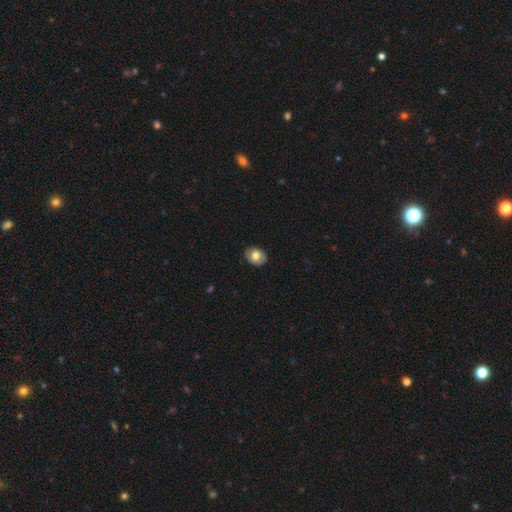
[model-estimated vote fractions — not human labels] Smooth or featured? smooth (68%)
How rounded? in between (62%)
Merging? none (83%)